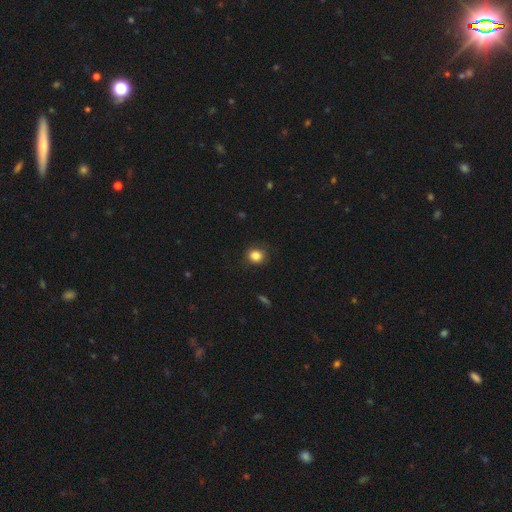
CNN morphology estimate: smooth_or_featured: smooth (p=0.85) [alt: star or artifact p=0.10]
how_rounded: round (p=0.77) [alt: in between p=0.22]
merging: none (p=0.85) [alt: minor disturbance p=0.11]